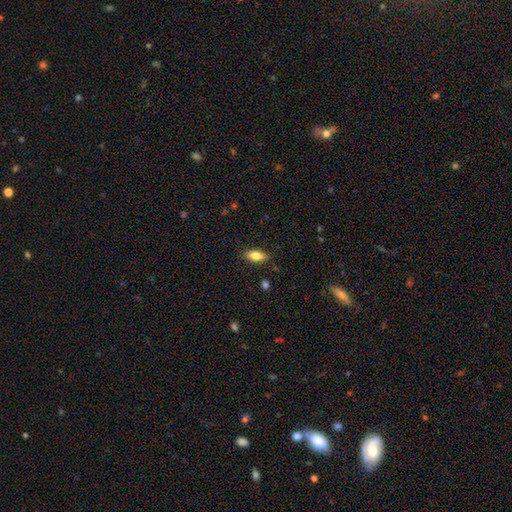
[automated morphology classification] smooth-or-featured: smooth: 78% | featured or disk: 15% | star or artifact: 7%
  how-rounded: in between: 80% | cigar-shaped: 17% | round: 3%
  merging: none: 86% | minor disturbance: 10% | major disturbance: 2% | merger: 1%